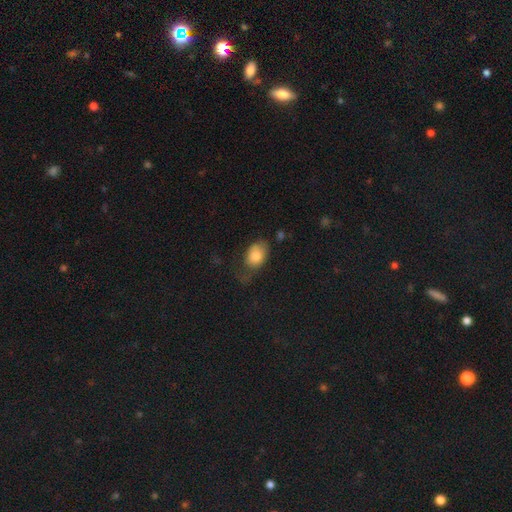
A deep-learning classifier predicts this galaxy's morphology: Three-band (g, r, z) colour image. It shows a smooth galaxy with no disk features (81%) that is in between round and cigar-shaped (80%). Merging: none (41%).